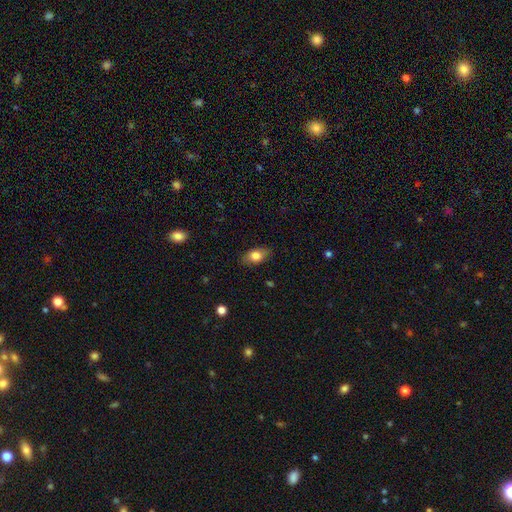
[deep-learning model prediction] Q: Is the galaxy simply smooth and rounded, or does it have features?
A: smooth — 78%.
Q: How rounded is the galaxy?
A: in between — 85%.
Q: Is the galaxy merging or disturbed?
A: none — 81%.